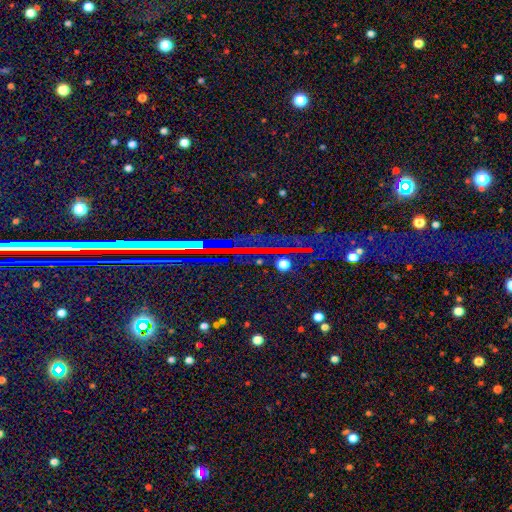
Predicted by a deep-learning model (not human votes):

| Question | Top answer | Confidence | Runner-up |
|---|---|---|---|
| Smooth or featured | star or artifact | 80% | featured or disk (11%) |